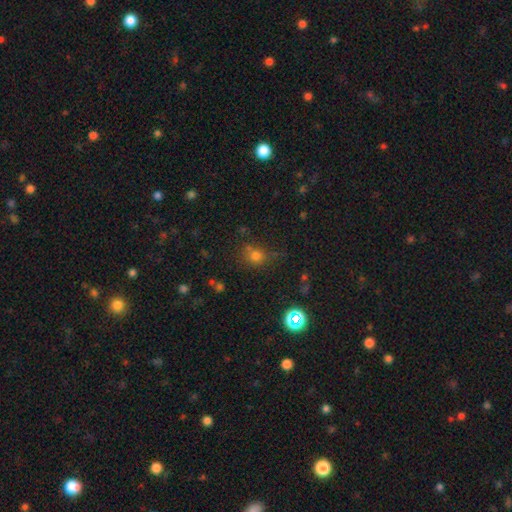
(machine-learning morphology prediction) A smooth galaxy with no disk features (69%) that is round (78%). Merging: none (65%).